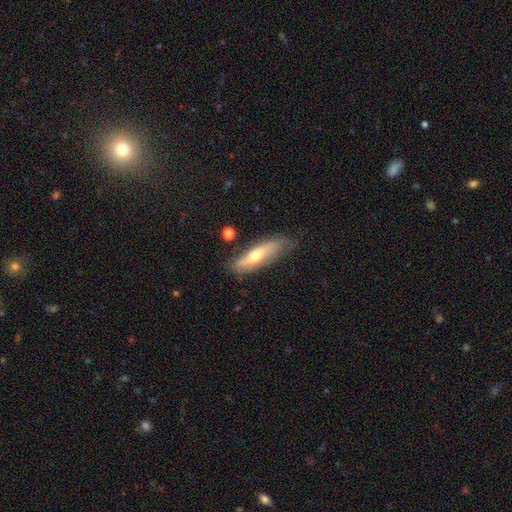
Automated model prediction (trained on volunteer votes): The model was most divided on "smooth or featured": smooth: 50%, featured or disk: 43%, star or artifact: 6%. More confident: merging — none (67%); how rounded — cigar-shaped (62%).